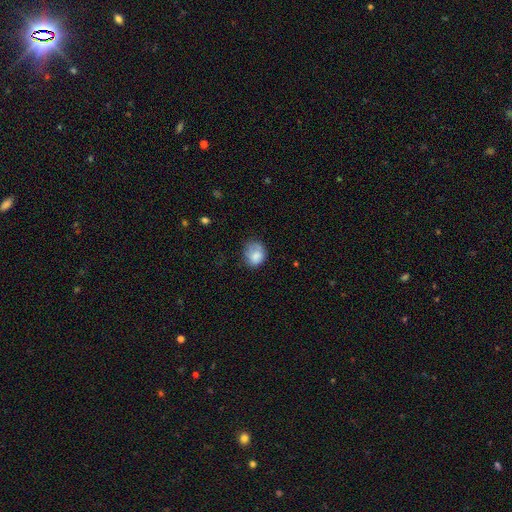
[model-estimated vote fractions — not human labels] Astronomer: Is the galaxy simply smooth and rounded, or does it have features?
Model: smooth — 79%.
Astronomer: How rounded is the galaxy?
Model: round — 55% (runner-up: in between, 44%).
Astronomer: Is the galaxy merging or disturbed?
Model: none — 52% (runner-up: minor disturbance, 31%).